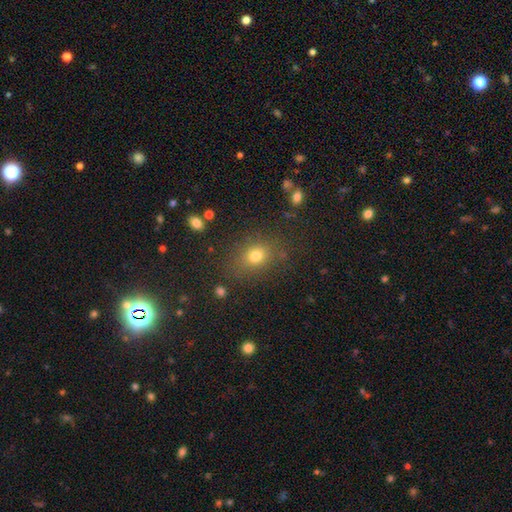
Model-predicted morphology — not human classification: This appears to be a smooth galaxy with no disk features (73%) that is in between round and cigar-shaped (50%). Merging: none (80%).